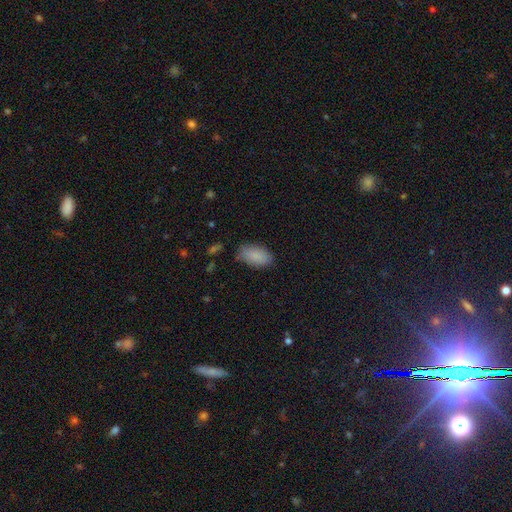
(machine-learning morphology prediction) This is clearly a smooth galaxy (88%). How rounded: clearly in between (94%). Merging: clearly none (81%).